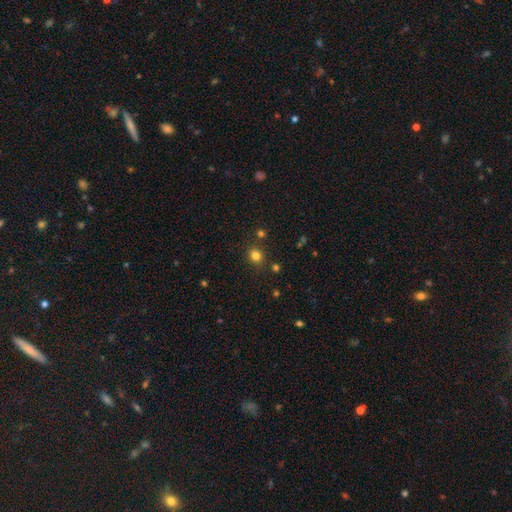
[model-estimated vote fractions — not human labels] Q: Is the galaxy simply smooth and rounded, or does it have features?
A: smooth — 79%.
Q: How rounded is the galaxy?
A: round — 80%.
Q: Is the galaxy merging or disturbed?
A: none — 85%.